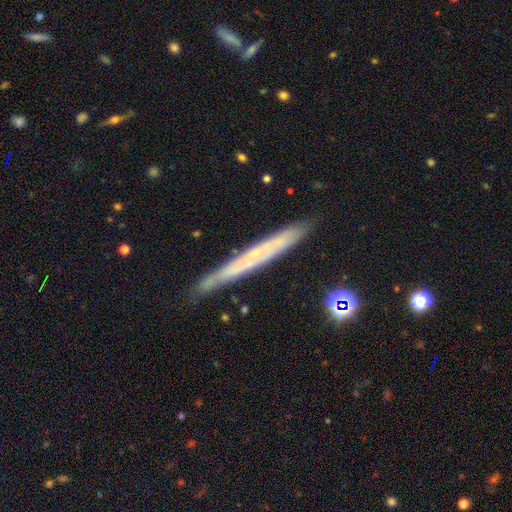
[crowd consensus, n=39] Smooth or featured?
  - featured or disk: 62% *
  - smooth: 31%
  - star or artifact: 8%
Edge-on disk?
  - yes: 92% *
  - no: 8%
Edge-on bulge?
  - none: 68% *
  - rounded: 32%
  - boxy: 0%
Merging?
  - none: 92% *
  - minor disturbance: 8%
  - major disturbance: 0%
  - merger: 0%